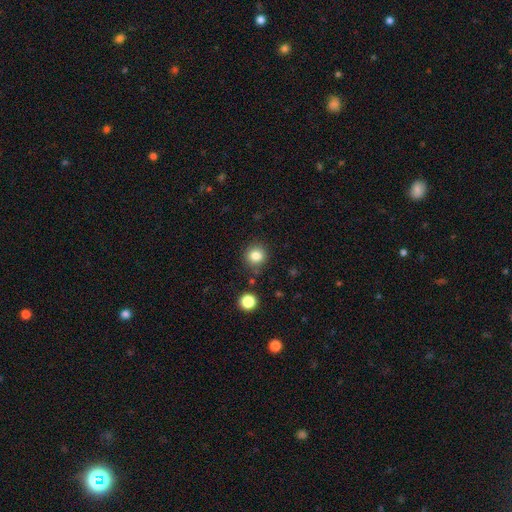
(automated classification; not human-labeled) Morphology: type=smooth (83%); roundness=round (90%); merging=none (85%).